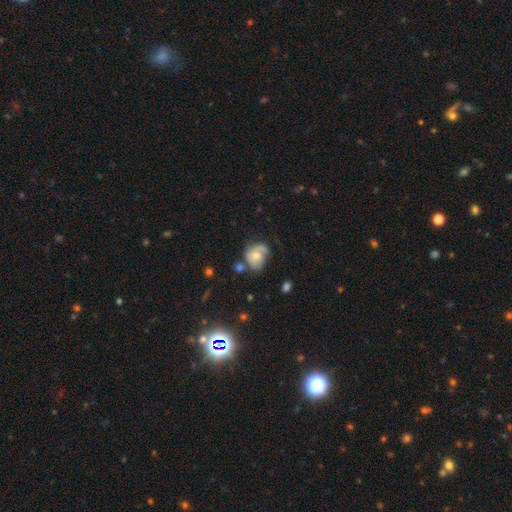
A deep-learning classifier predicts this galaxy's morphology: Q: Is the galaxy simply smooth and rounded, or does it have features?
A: featured or disk — 46%.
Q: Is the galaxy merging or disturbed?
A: none — 39%.